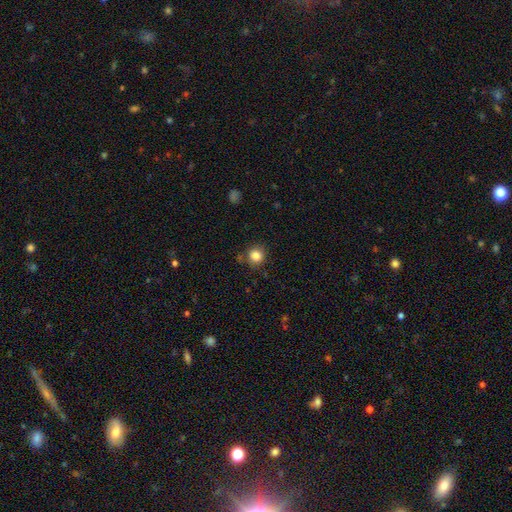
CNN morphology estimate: smooth 84%, star or artifact 11%, featured or disk 5%. Down the decision tree: how rounded — round (90%); merging — none (83%).